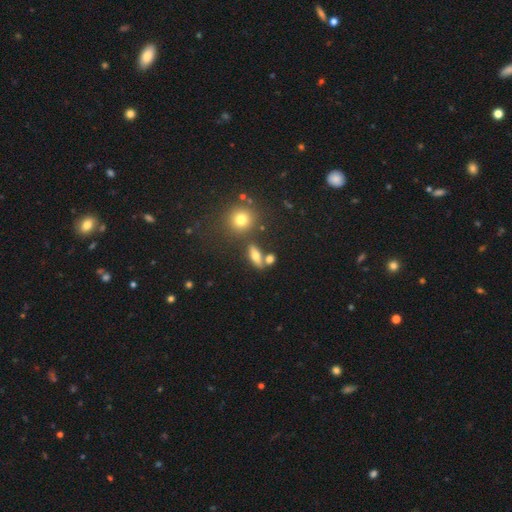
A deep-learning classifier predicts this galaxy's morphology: Smooth or featured? Predicted: smooth (p=0.61). How rounded? Predicted: in between (p=0.54). Merging? Predicted: none (p=0.68).